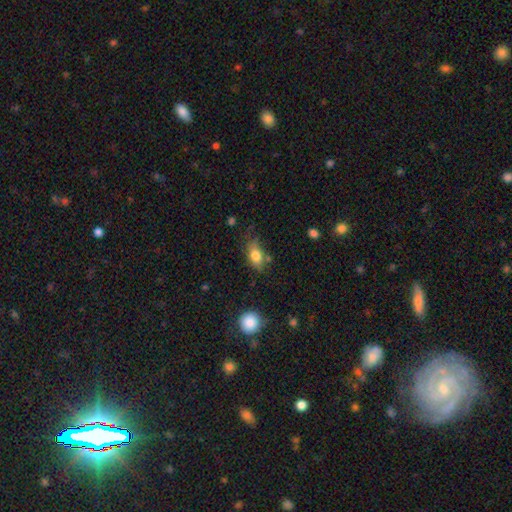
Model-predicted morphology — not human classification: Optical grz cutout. It shows a smooth galaxy with no disk features (79%) that is in between round and cigar-shaped (82%). Merging: none (64%).